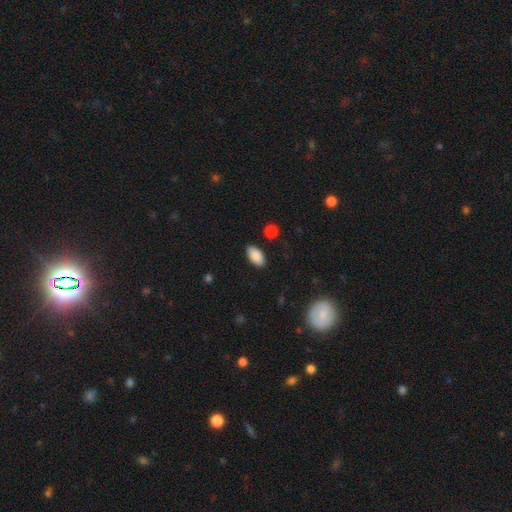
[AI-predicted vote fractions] This is clearly a smooth galaxy (88%). How rounded: clearly in between (94%). Merging: clearly none (88%).